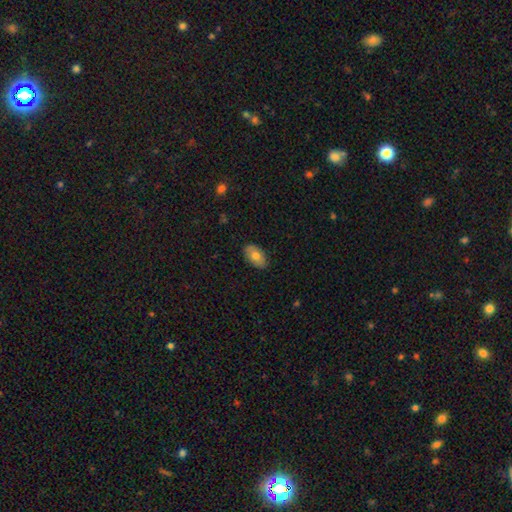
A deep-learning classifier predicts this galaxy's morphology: smooth_or_featured: smooth (p=0.72) [alt: featured or disk p=0.21]
how_rounded: in between (p=0.93) [alt: round p=0.05]
merging: none (p=0.84) [alt: minor disturbance p=0.13]